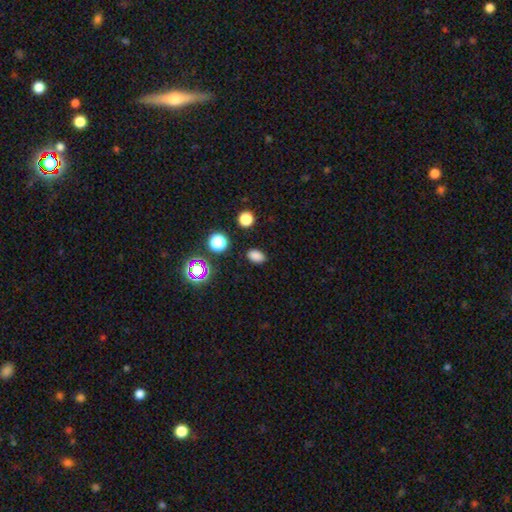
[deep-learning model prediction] A smooth galaxy with no disk features (80%) that is in between round and cigar-shaped (82%). Merging: none (87%).